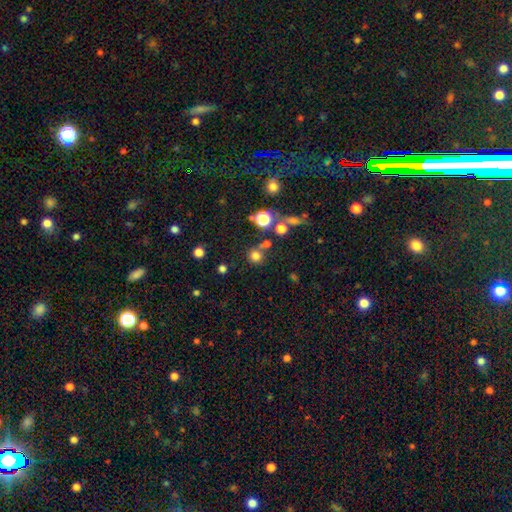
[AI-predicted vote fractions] Morphology: type=smooth (73%); roundness=round (90%); merging=none (66%).